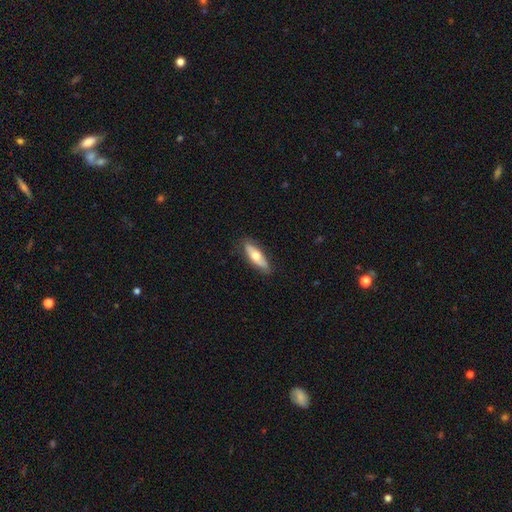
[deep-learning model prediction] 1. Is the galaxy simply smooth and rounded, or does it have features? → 59% smooth, 36% featured or disk, 5% star or artifact.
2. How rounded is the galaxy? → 52% in between, 46% cigar-shaped, 2% round.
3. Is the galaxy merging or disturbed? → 83% none, 14% minor disturbance, 3% major disturbance, 1% merger.